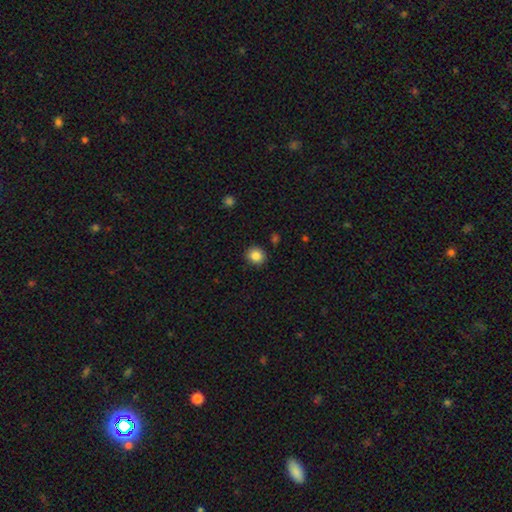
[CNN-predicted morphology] smooth 85%, star or artifact 10%, featured or disk 5%. Down the decision tree: how rounded — round (80%); merging — none (89%).